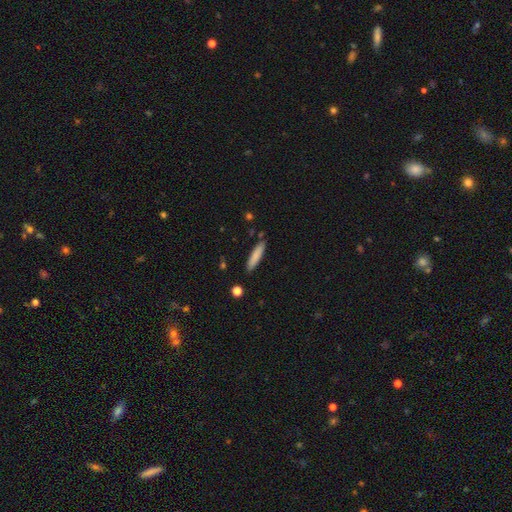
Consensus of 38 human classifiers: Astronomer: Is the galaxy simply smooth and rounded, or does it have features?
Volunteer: smooth — 87%.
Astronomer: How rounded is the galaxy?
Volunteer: cigar-shaped — 88%.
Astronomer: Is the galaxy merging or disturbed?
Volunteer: none — 92%.